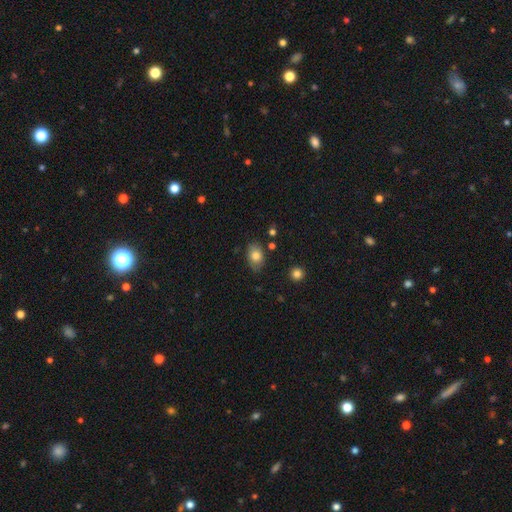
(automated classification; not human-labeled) Q: Smooth or featured?
A: smooth (78%); runner-up: featured or disk (13%)
Q: How rounded?
A: in between (83%); runner-up: round (15%)
Q: Merging?
A: none (79%); runner-up: minor disturbance (16%)